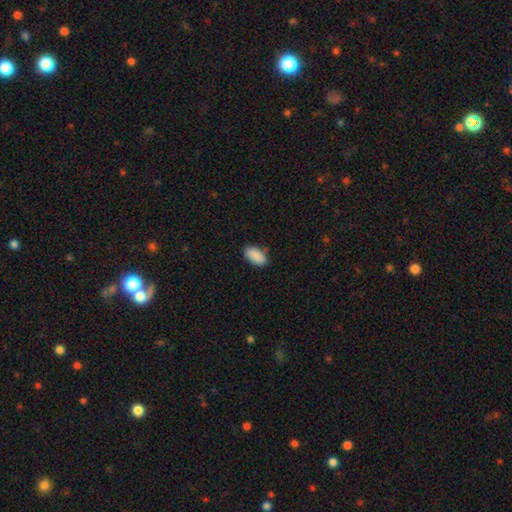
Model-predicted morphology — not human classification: Smooth or featured? smooth (90%)
How rounded? in between (94%)
Merging? none (83%)